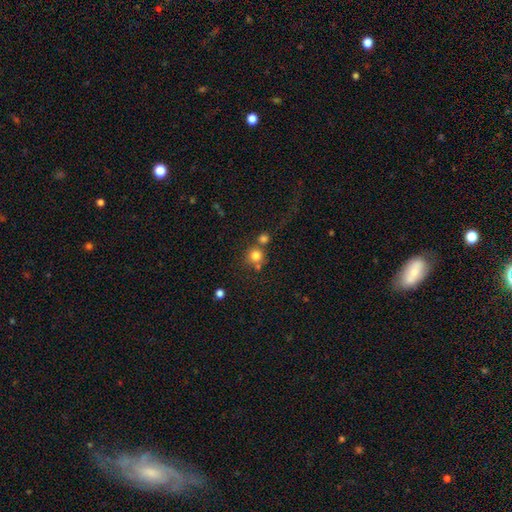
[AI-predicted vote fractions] A smooth galaxy with no disk features (79%) that is round (91%). Merging: none (61%).